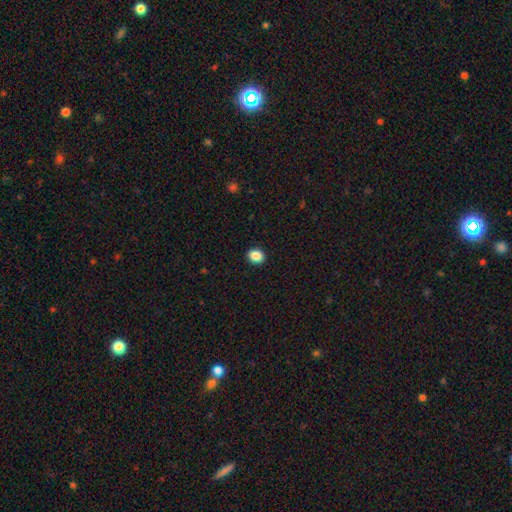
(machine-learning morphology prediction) Smooth or featured? Predicted: smooth (p=0.88). How rounded? Predicted: round (p=0.60). Merging? Predicted: none (p=0.92).